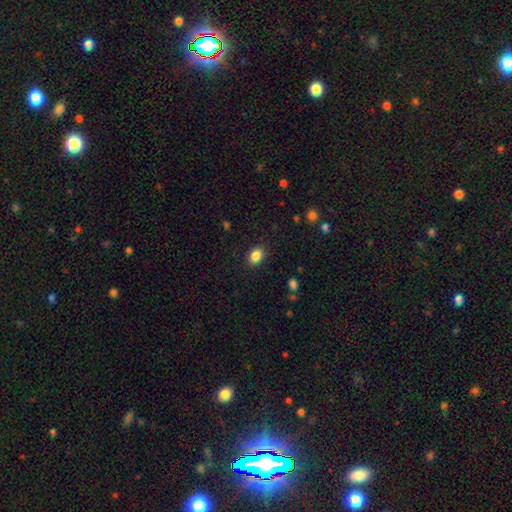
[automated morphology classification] Smooth or featured? smooth (86%)
How rounded? in between (72%)
Merging? none (88%)